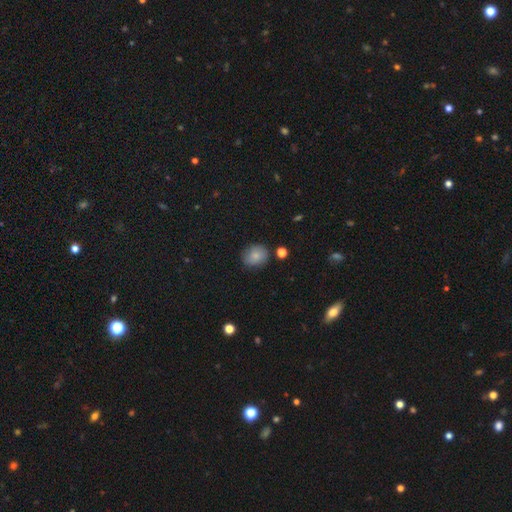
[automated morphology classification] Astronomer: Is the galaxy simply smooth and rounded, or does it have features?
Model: smooth — 82%.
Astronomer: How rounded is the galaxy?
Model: round — 66%.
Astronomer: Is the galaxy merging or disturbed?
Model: none — 78%.